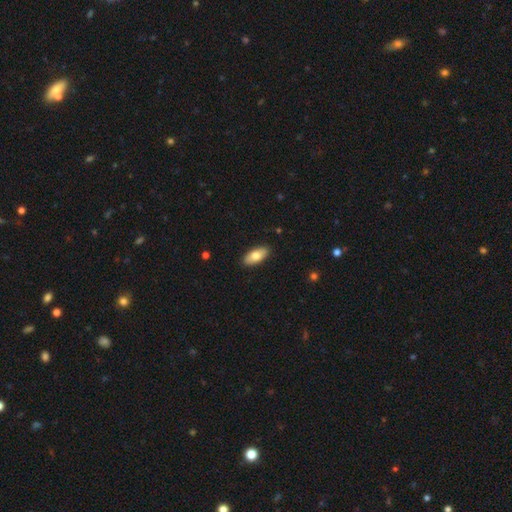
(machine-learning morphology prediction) A smooth galaxy with no disk features (78%) that is in between round and cigar-shaped (89%). Merging: none (90%).